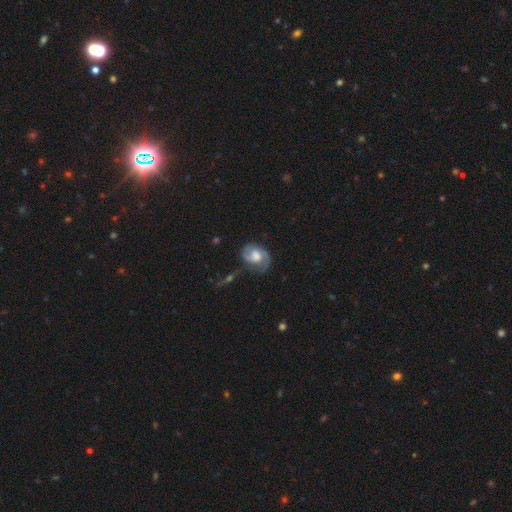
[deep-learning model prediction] smooth-or-featured: featured or disk: 66% | smooth: 27% | star or artifact: 7%
  disk-edge-on: no: 97% | yes: 3%
    bar: no: 64% | weak: 31% | strong: 6%
    has-spiral-arms: yes: 87% | no: 13%
      spiral-winding: medium: 44% | tight: 34% | loose: 22%
      spiral-arm-count: 2: 70% | 1: 14% | can't tell: 11% | 3: 3% | 4: 1% | more than 4: 1%
    bulge-size: large: 43% | moderate: 37% | small: 9% | none: 7% | dominant: 4%
  merging: none: 53% | minor disturbance: 25% | major disturbance: 18% | merger: 4%